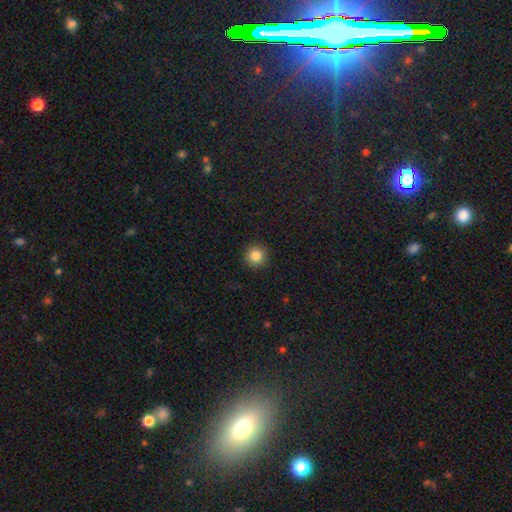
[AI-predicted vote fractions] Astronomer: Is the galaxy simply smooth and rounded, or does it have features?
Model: smooth — 85%.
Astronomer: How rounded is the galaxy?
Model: round — 95%.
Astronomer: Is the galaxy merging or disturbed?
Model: none — 92%.